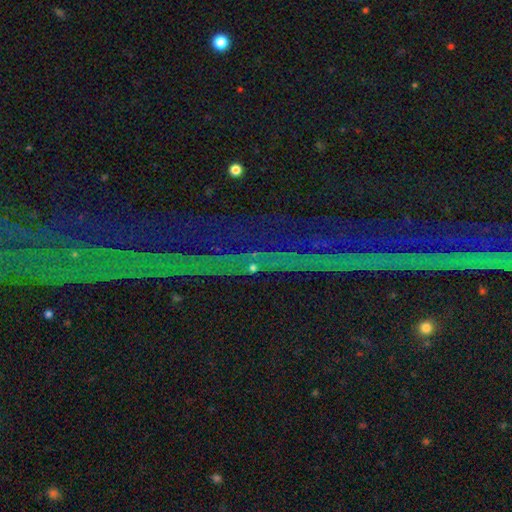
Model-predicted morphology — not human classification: Overall: star or artifact (85%).